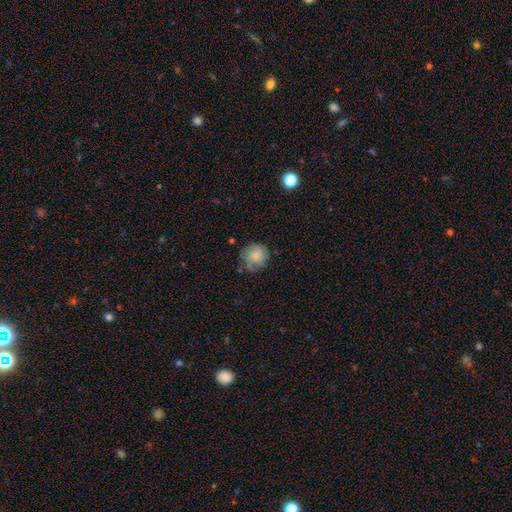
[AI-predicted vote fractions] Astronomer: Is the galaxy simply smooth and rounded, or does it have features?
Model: smooth — 69%.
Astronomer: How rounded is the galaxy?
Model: round — 85%.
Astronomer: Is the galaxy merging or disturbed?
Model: none — 65%.